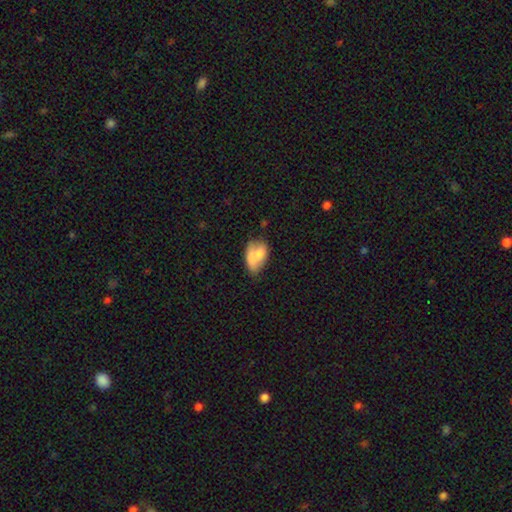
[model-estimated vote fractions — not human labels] smooth 69%, featured or disk 23%, star or artifact 8%. Down the decision tree: how rounded — in between (87%); merging — merger (34%).